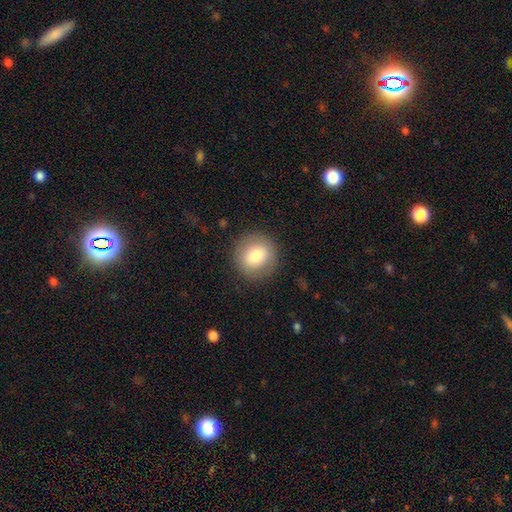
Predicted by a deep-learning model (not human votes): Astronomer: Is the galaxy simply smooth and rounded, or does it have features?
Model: smooth — 77%.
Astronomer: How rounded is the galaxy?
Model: round — 92%.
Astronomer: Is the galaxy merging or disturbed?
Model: none — 87%.